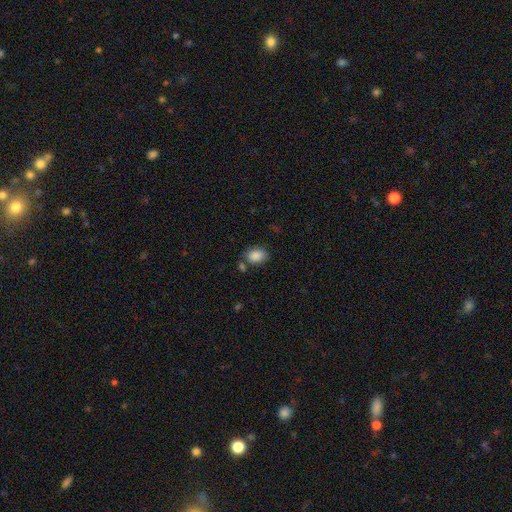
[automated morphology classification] A smooth galaxy with no disk features (87%) that is in between round and cigar-shaped (77%).

Vote fractions:
- Smooth or featured? smooth: 87% / star or artifact: 8% / featured or disk: 5%
- How rounded? in between: 77% / round: 22% / cigar-shaped: 1%
- Merging? none: 66% / minor disturbance: 17% / merger: 12% / major disturbance: 5%